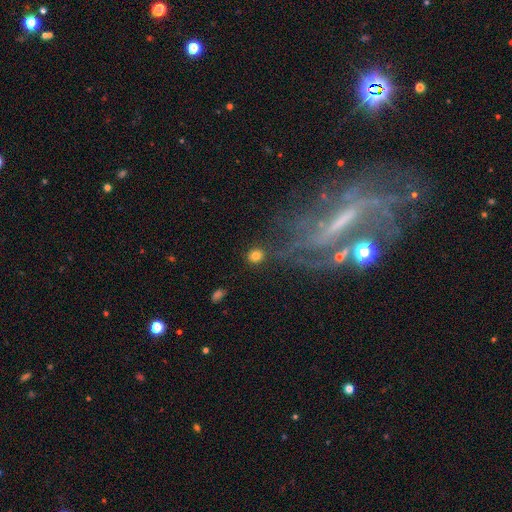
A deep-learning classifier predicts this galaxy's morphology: A smooth galaxy with no disk features (79%) that is round (88%).

Vote fractions:
- Smooth or featured? smooth: 79% / star or artifact: 12% / featured or disk: 9%
- How rounded? round: 88% / in between: 11% / cigar-shaped: 1%
- Merging? none: 83% / minor disturbance: 8% / major disturbance: 4% / merger: 4%